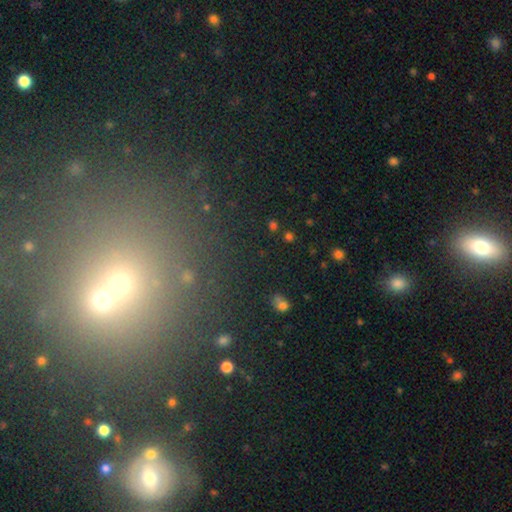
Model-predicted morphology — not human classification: This appears to be a star or artifact, not a galaxy (51%).